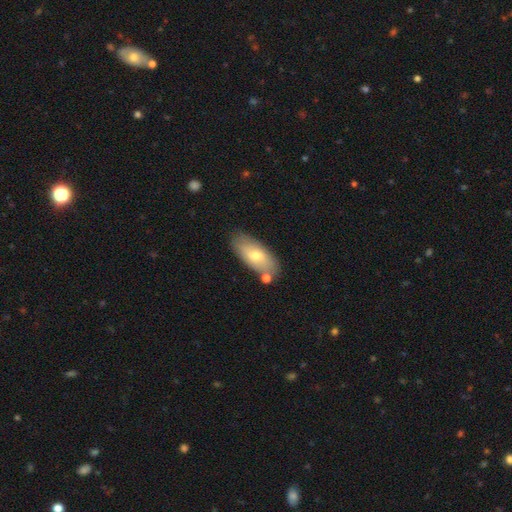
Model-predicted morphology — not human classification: Smooth or featured: smooth — 68% (featured or disk — 25%)
How rounded: in between — 86% (cigar-shaped — 11%)
Merging: none — 74% (minor disturbance — 15%)